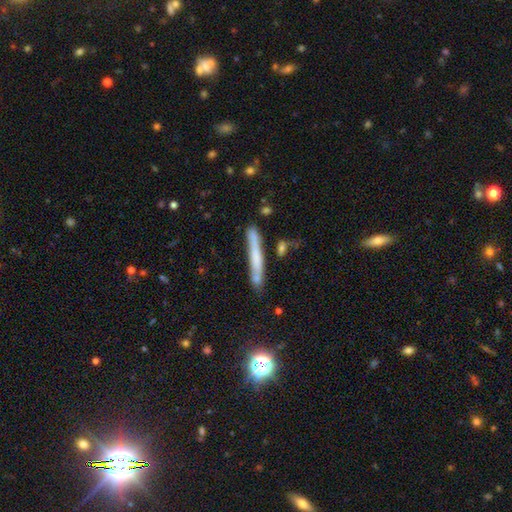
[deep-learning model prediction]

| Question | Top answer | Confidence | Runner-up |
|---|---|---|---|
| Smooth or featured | smooth | 54% | featured or disk (38%) |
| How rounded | cigar-shaped | 96% | in between (3%) |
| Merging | none | 72% | minor disturbance (16%) |